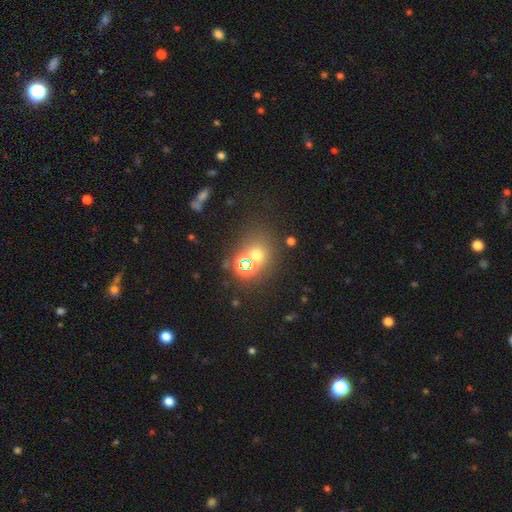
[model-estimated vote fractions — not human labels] This appears to be a smooth galaxy with no disk features (54%) that is round (75%). Merging: none (63%).